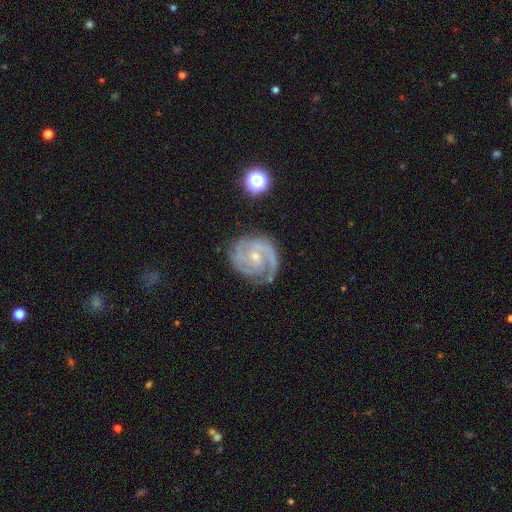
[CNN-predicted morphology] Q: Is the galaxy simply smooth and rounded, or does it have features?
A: featured or disk — 90%.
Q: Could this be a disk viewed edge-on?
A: no — 98%.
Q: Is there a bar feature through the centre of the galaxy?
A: no — 64%.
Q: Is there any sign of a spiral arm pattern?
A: yes — 98%.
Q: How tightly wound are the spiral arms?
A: tight — 61%.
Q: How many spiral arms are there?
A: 2 — 52%.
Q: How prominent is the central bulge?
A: small — 73%.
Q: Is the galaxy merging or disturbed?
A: none — 76%.